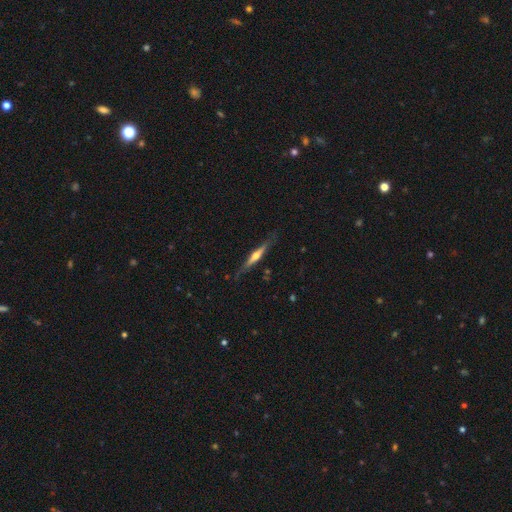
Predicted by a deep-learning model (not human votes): The model was most divided on "smooth or featured": featured or disk: 68%, smooth: 26%, star or artifact: 5%. More confident: edge-on disk — yes (96%); edge-on bulge — rounded (85%); merging — none (80%).